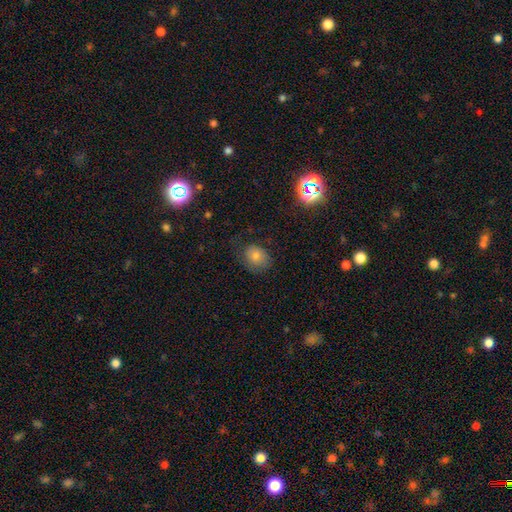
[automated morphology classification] type=smooth (64%); roundness=round (55%); merging=none (67%).